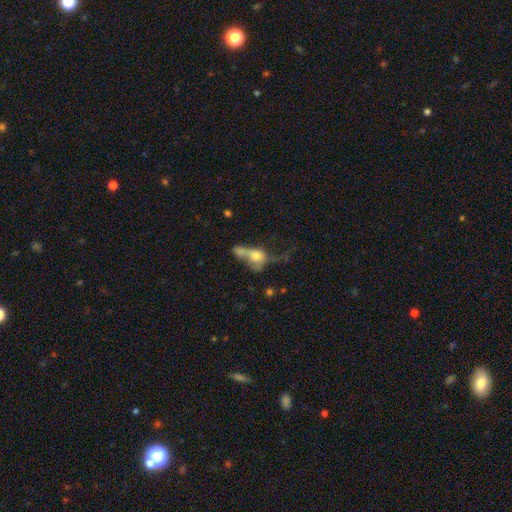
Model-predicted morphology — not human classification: The model was most divided on "how rounded": in between: 53%, round: 38%, cigar-shaped: 9%. Remaining: smooth or featured — smooth (57%); merging — merger (49%).